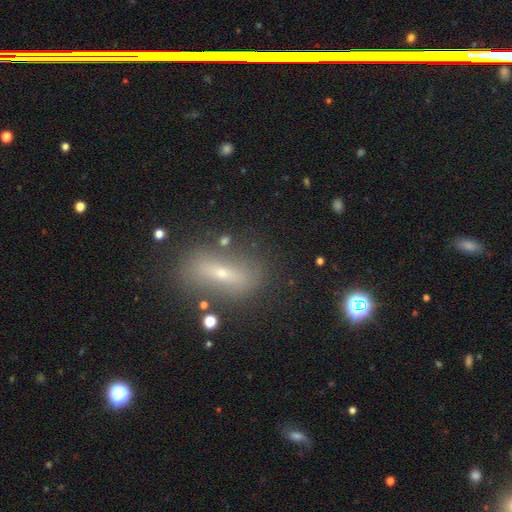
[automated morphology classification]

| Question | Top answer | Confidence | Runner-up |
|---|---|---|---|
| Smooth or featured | featured or disk | 45% | smooth (41%) |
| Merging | none | 78% | minor disturbance (13%) |